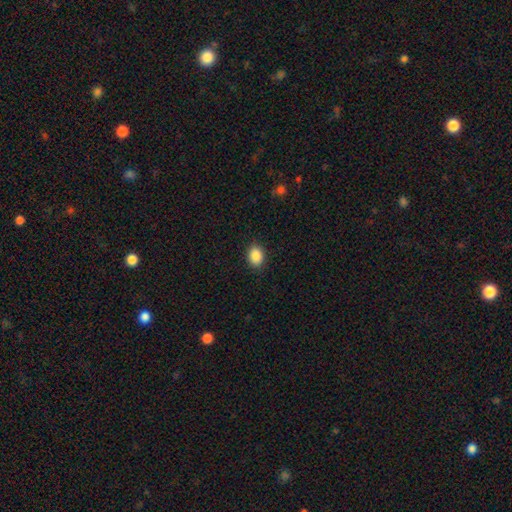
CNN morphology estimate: Smooth or featured: smooth — 88% (star or artifact — 8%)
How rounded: in between — 68% (round — 31%)
Merging: none — 90% (minor disturbance — 7%)